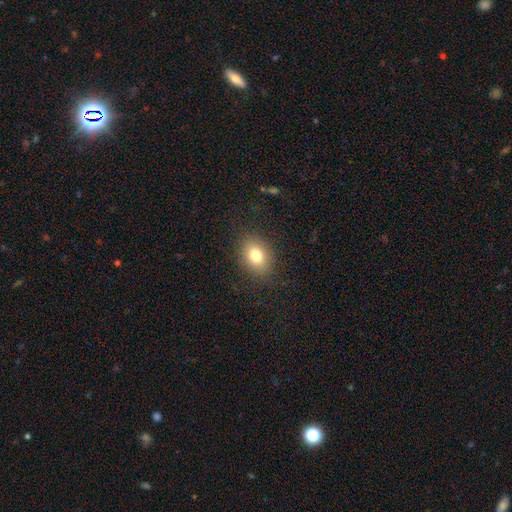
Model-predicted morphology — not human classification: smooth-or-featured: smooth: 79% | star or artifact: 11% | featured or disk: 10%
  how-rounded: in between: 63% | round: 36% | cigar-shaped: 1%
  merging: none: 86% | minor disturbance: 10% | major disturbance: 4% | merger: 1%